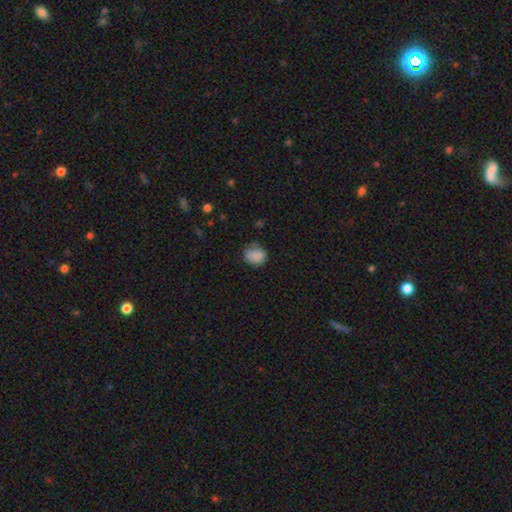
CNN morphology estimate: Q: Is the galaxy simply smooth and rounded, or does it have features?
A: smooth — 85%.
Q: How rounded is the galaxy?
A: round — 68%.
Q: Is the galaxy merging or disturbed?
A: none — 65%.